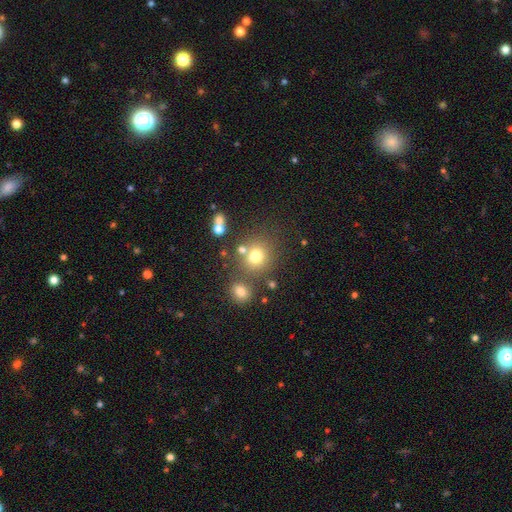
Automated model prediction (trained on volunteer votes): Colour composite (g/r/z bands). It shows a smooth galaxy with no disk features (73%) that is round (83%). Merging: none (66%).